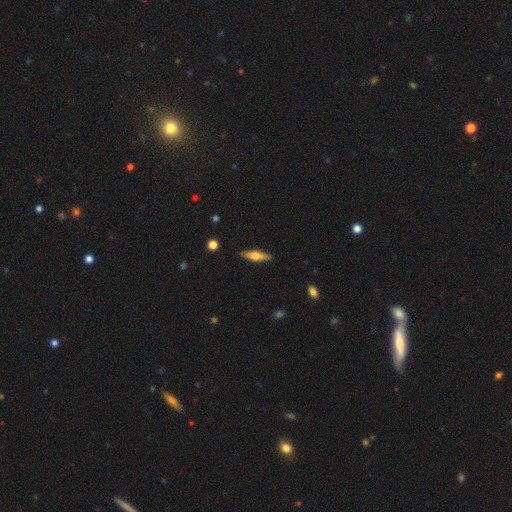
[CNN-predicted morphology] This is possibly a featured or disk galaxy (52%). It is clearly viewed edge-on (94%). Merging: clearly none (90%).